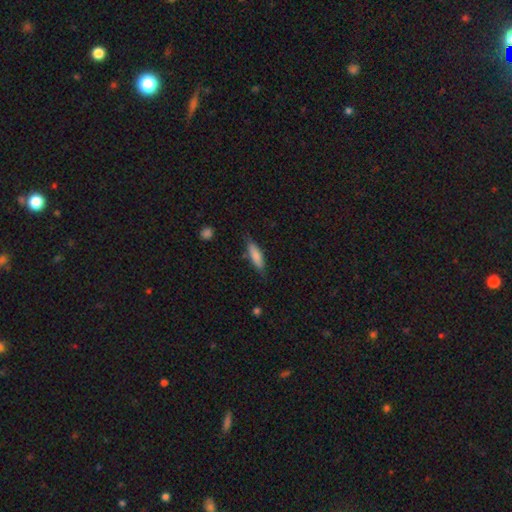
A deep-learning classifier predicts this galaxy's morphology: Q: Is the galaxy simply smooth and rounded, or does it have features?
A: smooth — 80%.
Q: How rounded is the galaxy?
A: cigar-shaped — 58%.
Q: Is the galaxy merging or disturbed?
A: none — 74%.